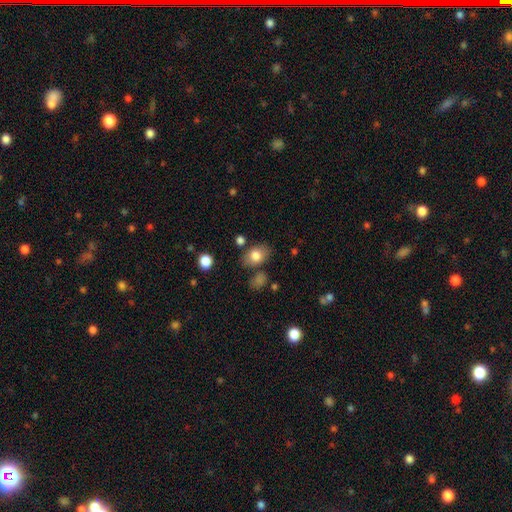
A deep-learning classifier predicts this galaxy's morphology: type=smooth (79%); roundness=in between (76%); merging=none (74%).